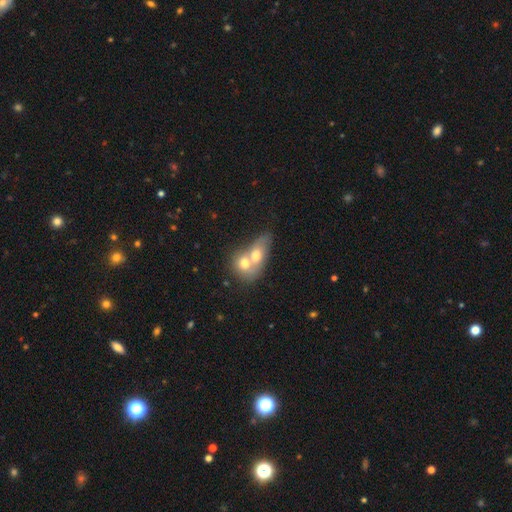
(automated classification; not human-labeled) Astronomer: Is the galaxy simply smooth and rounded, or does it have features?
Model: smooth — 61%.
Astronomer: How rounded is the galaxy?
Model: in between — 59% (runner-up: round, 36%).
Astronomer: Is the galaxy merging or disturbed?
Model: merger — 79%.